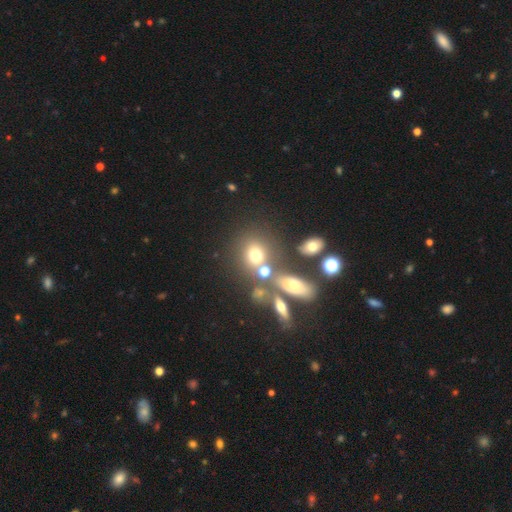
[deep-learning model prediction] Smooth or featured? Predicted: smooth (p=0.67). How rounded? Predicted: round (p=0.63). Merging? Predicted: none (p=0.56).